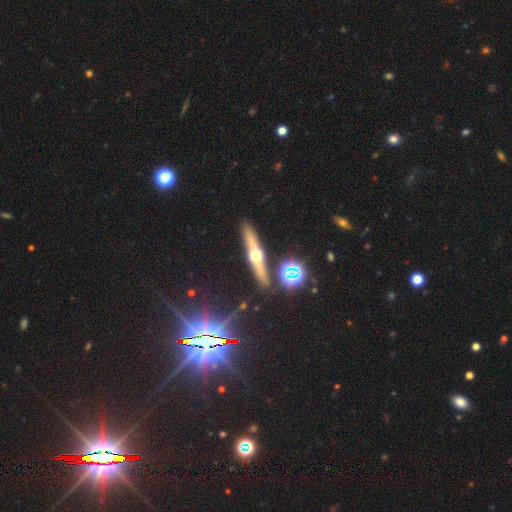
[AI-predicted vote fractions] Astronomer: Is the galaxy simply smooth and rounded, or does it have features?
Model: featured or disk — 66%.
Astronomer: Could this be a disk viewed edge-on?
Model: yes — 95%.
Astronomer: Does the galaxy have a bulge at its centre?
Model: rounded — 95%.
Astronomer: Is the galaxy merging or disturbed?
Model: none — 89%.